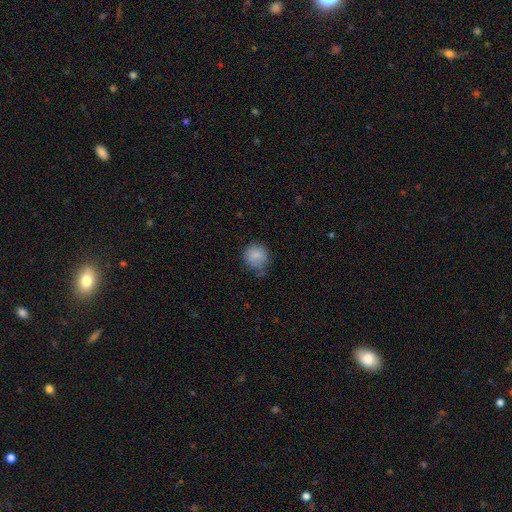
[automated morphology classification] Smooth or featured: smooth — 85% (star or artifact — 9%)
How rounded: round — 90% (in between — 9%)
Merging: none — 69% (minor disturbance — 22%)